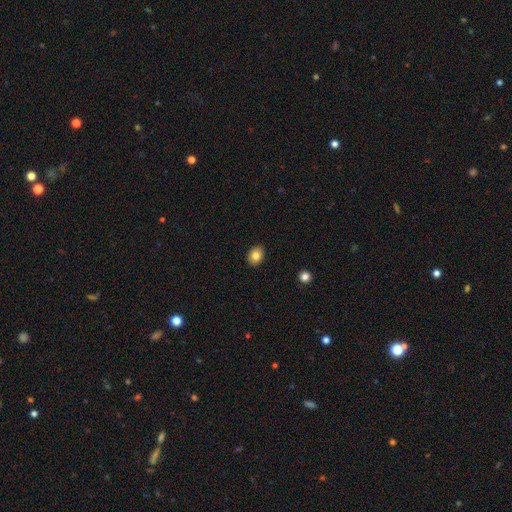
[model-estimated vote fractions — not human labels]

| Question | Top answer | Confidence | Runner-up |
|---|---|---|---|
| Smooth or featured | smooth | 82% | featured or disk (9%) |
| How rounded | in between | 60% | round (39%) |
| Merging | none | 91% | minor disturbance (7%) |